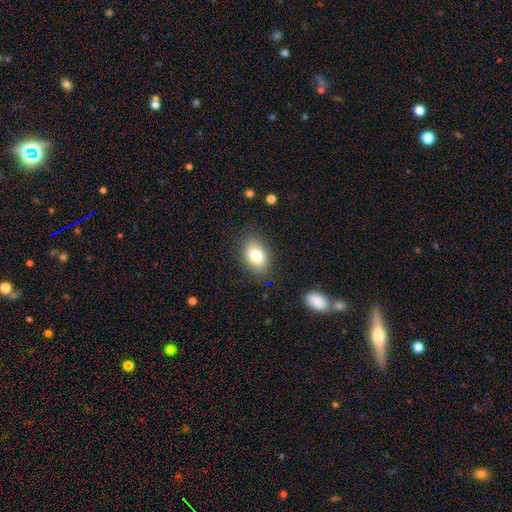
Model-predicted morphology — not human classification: The model was most divided on "how rounded": in between: 83%, round: 15%, cigar-shaped: 1%. More confident: merging — none (83%); smooth or featured — smooth (80%).